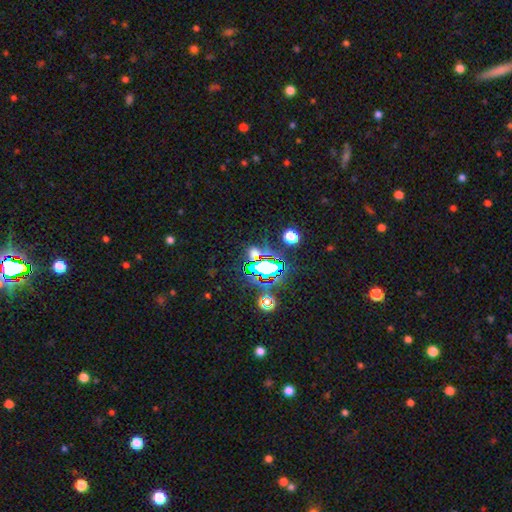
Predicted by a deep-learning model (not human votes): Smooth or featured?
  - star or artifact: 64% *
  - smooth: 25%
  - featured or disk: 11%